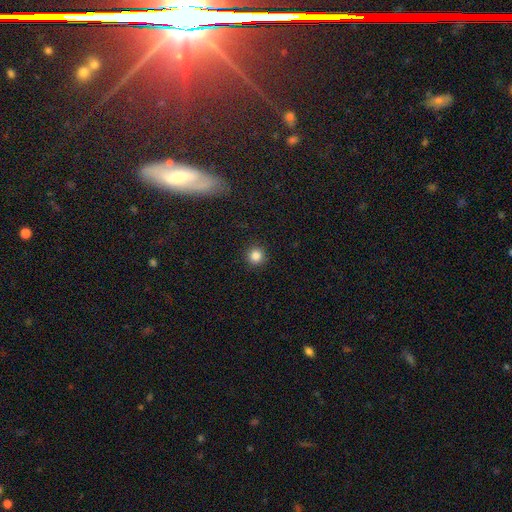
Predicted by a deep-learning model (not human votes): Q: Smooth or featured?
A: smooth (85%); runner-up: star or artifact (11%)
Q: How rounded?
A: round (95%); runner-up: in between (4%)
Q: Merging?
A: none (92%); runner-up: minor disturbance (5%)